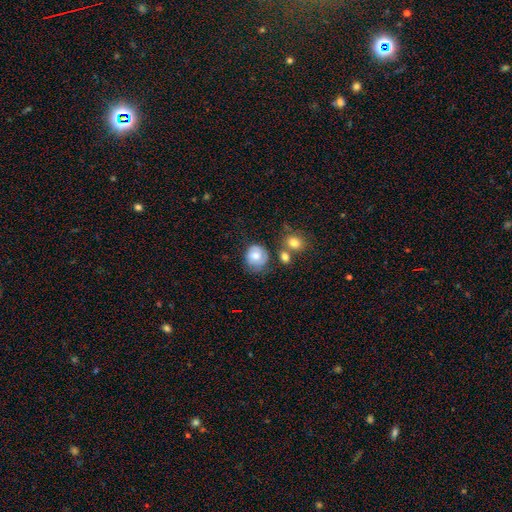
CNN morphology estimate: A smooth galaxy with no disk features (56%) that is round (72%).

Vote fractions:
- Smooth or featured? smooth: 56% / featured or disk: 36% / star or artifact: 8%
- How rounded? round: 72% / in between: 27% / cigar-shaped: 1%
- Merging? none: 52% / minor disturbance: 26% / major disturbance: 11% / merger: 11%